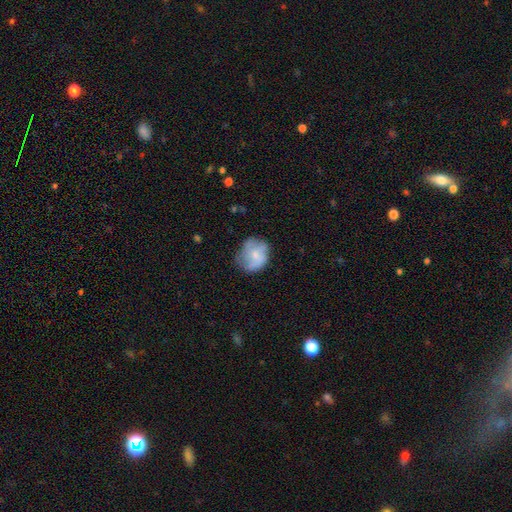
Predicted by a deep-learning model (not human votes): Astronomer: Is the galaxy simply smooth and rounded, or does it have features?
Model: smooth — 54% (runner-up: featured or disk, 38%).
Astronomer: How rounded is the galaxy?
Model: round — 66%.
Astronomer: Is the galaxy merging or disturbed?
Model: none — 56%.